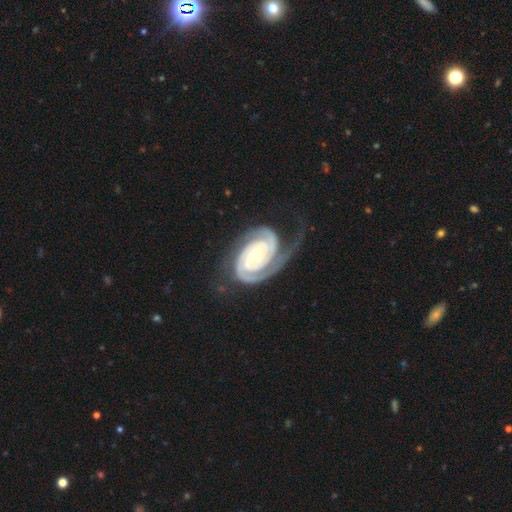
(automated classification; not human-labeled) featured or disk 93%, smooth 4%, star or artifact 4%. Down the decision tree: edge-on disk — no (97%); bar — no (63%); spiral arms — yes (98%); spiral arm count — 2 (77%); spiral winding — tight (74%); bulge size — small (61%); merging — none (60%).